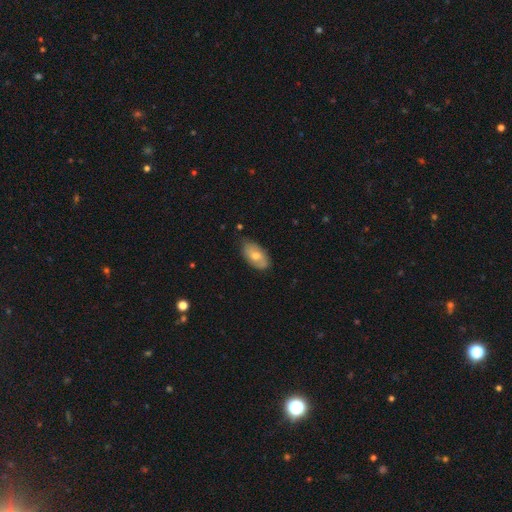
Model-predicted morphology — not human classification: smooth-or-featured: smooth: 60% | featured or disk: 34% | star or artifact: 6%
  how-rounded: in between: 93% | round: 4% | cigar-shaped: 2%
  merging: none: 71% | minor disturbance: 23% | major disturbance: 4% | merger: 2%